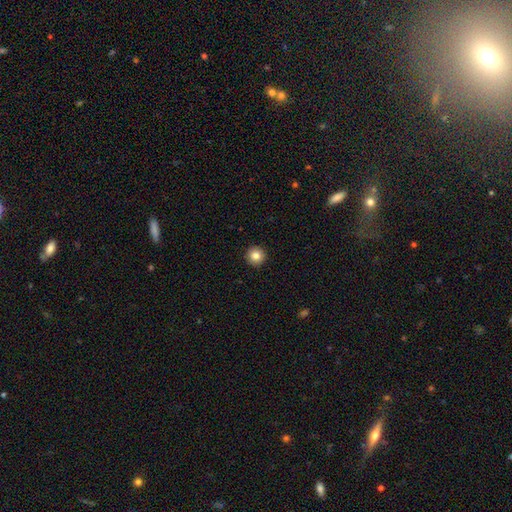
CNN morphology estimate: smooth-or-featured: smooth: 84% | star or artifact: 10% | featured or disk: 6%
  how-rounded: round: 96% | in between: 3% | cigar-shaped: 1%
  merging: none: 94% | minor disturbance: 4% | major disturbance: 1% | merger: 1%